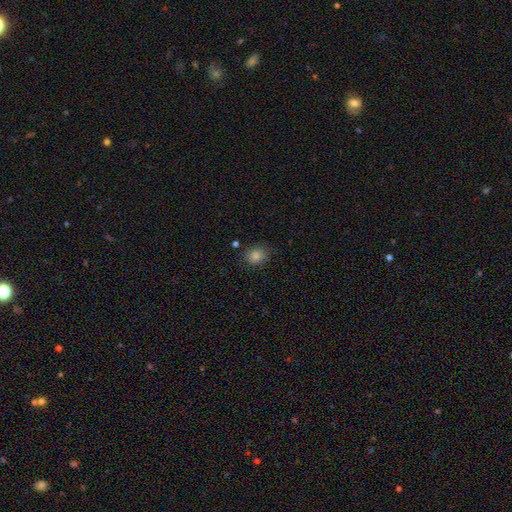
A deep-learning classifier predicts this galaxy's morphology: smooth 81%, star or artifact 14%, featured or disk 5%. Down the decision tree: how rounded — round (63%); merging — none (85%).